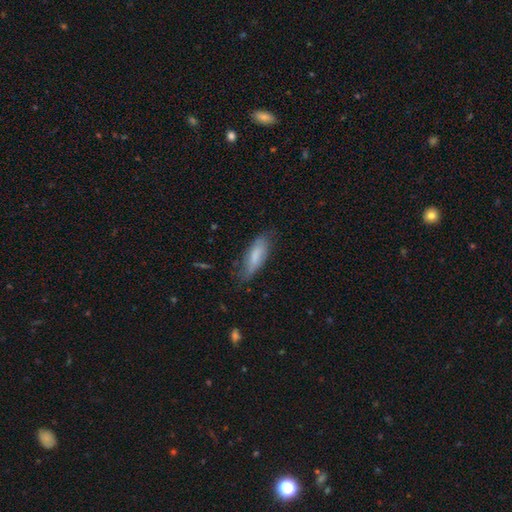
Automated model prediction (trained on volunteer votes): Smooth or featured: smooth — 73% (featured or disk — 20%)
How rounded: in between — 59% (cigar-shaped — 40%)
Merging: none — 65% (minor disturbance — 26%)